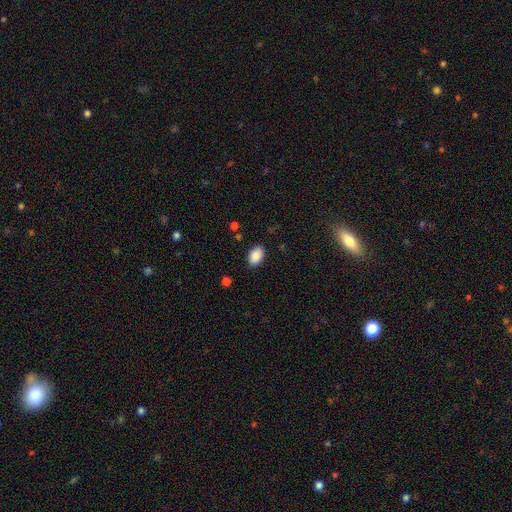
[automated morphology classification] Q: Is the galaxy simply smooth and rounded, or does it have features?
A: smooth — 89%.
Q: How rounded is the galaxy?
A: in between — 91%.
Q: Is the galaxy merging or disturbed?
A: none — 87%.